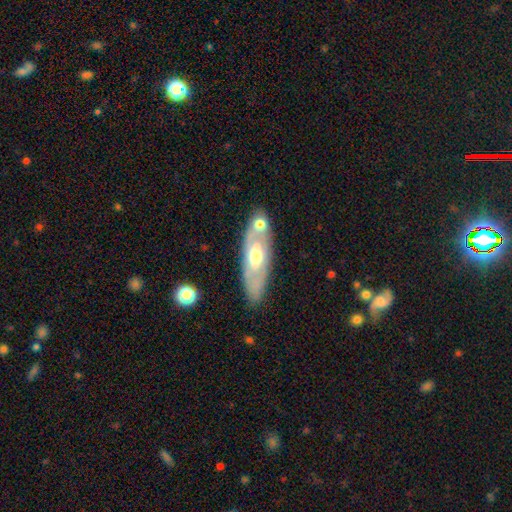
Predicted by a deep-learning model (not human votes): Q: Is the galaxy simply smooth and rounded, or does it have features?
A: featured or disk — 62%.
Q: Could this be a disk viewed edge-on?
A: no — 73%.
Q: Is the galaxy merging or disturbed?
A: none — 71%.